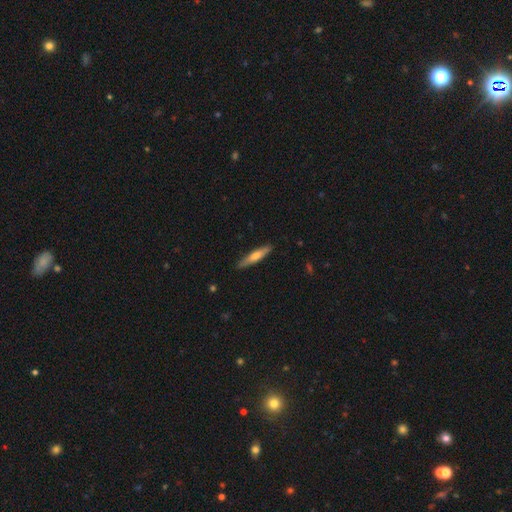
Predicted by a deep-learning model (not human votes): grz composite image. It shows a smooth galaxy with no disk features (56%) that is cigar-shaped (88%). Merging: none (89%).